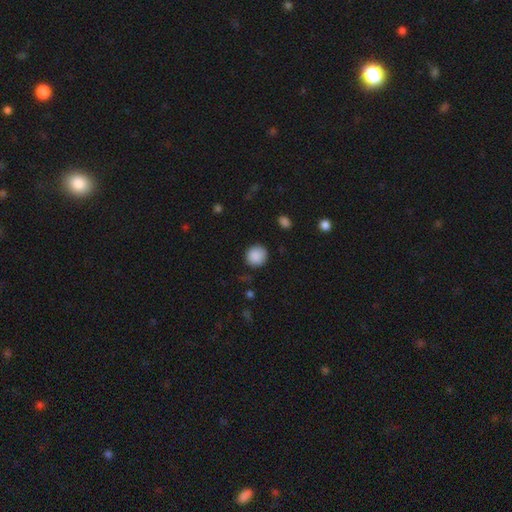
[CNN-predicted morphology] Smooth or featured? smooth (89%)
How rounded? round (91%)
Merging? none (87%)